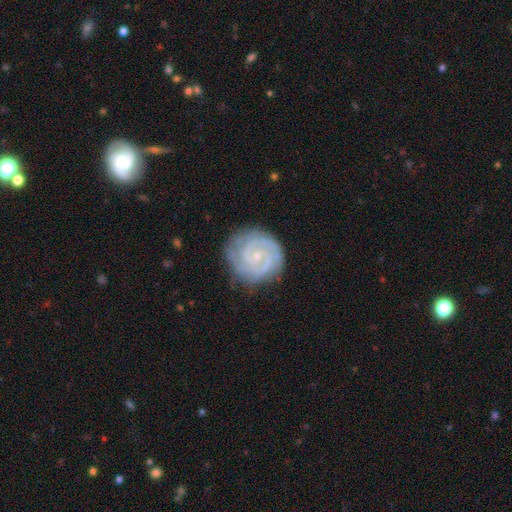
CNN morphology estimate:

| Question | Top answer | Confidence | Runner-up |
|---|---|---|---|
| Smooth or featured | featured or disk | 90% | smooth (5%) |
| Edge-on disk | no | 98% | yes (2%) |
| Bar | no | 67% | weak (27%) |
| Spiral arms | yes | 98% | no (2%) |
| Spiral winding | tight | 80% | medium (18%) |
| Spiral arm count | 2 | 59% | 3 (19%) |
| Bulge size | small | 83% | moderate (13%) |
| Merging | none | 81% | minor disturbance (14%) |